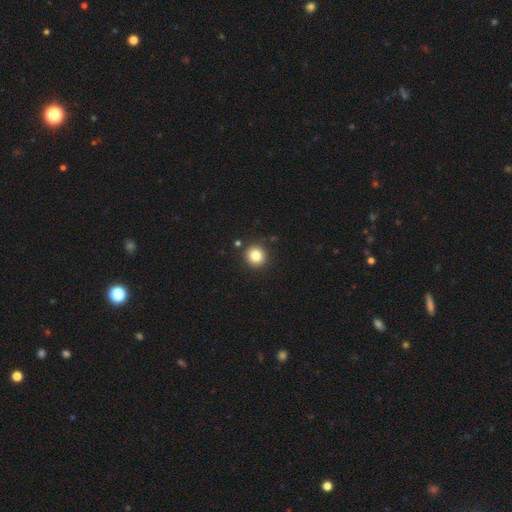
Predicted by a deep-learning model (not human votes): This is clearly a smooth galaxy (83%). How rounded: clearly round (92%). Merging: clearly none (89%).